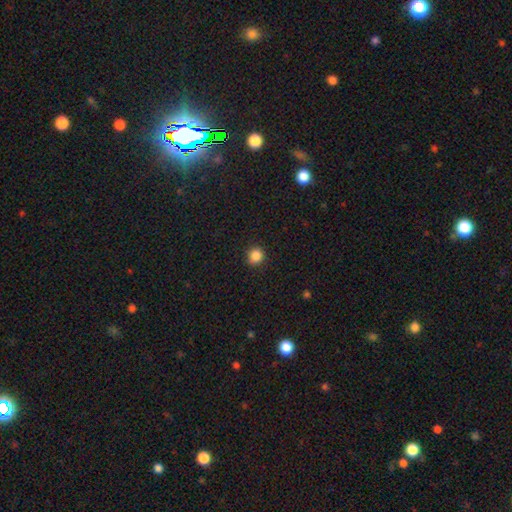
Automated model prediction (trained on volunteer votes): smooth 86%, star or artifact 11%, featured or disk 3%. Down the decision tree: how rounded — round (87%); merging — none (88%).